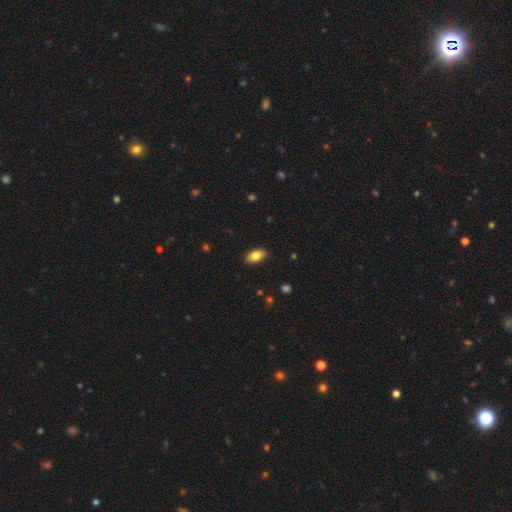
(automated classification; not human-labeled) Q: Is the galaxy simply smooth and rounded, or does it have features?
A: smooth — 82%.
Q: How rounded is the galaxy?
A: in between — 92%.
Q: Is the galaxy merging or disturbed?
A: none — 89%.